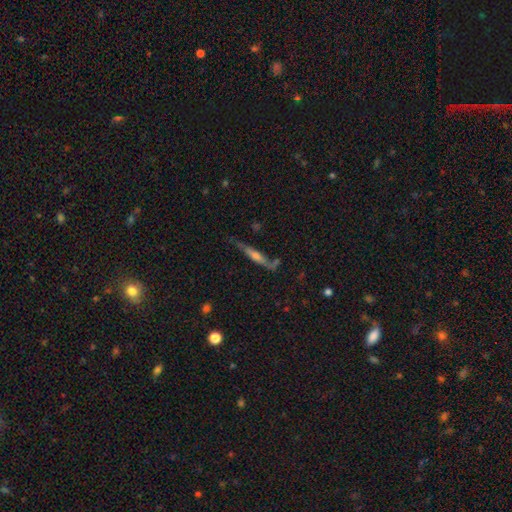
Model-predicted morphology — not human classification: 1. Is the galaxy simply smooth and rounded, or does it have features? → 62% featured or disk, 30% smooth, 8% star or artifact.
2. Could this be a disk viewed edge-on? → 86% yes, 14% no.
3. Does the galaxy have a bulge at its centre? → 68% rounded, 18% none, 14% boxy.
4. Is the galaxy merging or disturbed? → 61% none, 23% minor disturbance, 9% major disturbance, 7% merger.